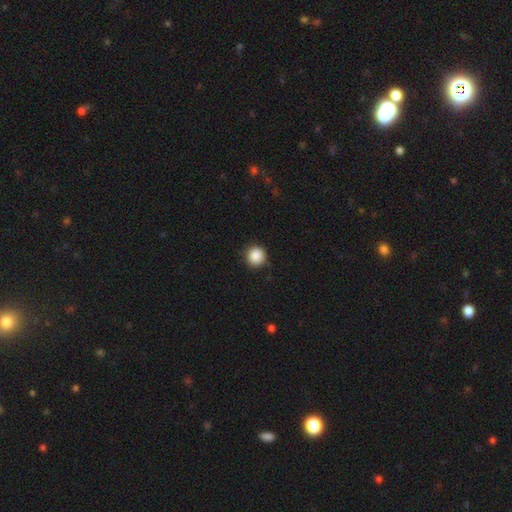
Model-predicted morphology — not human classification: type=smooth (88%); roundness=round (94%); merging=none (86%).